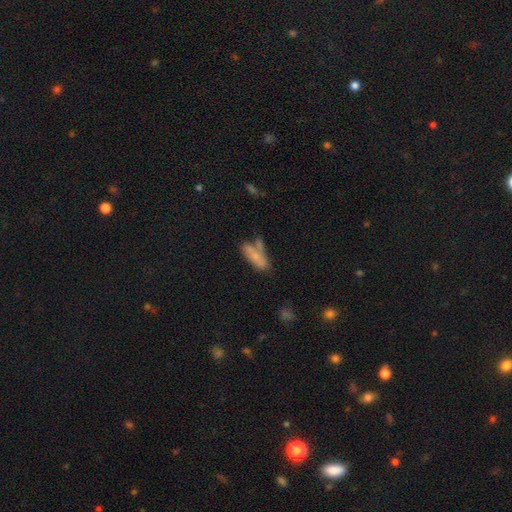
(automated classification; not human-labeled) A smooth galaxy with no disk features (69%) that is in between round and cigar-shaped (65%). Merging: none (42%).